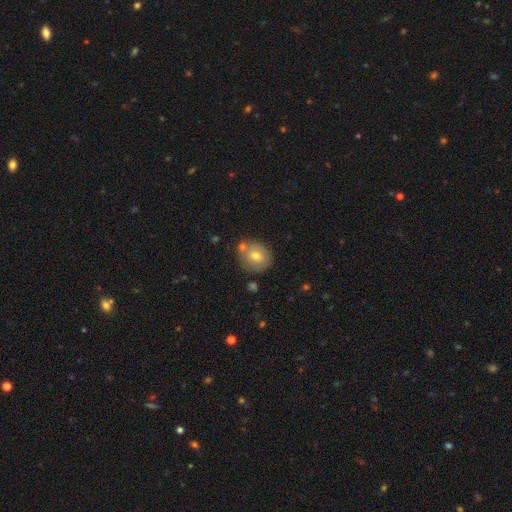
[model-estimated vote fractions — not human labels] A smooth galaxy with no disk features (67%) that is round (80%). Merging: none (67%).